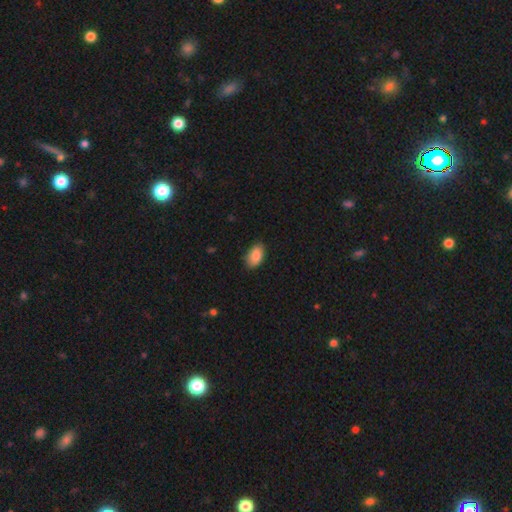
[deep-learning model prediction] smooth 89%, star or artifact 7%, featured or disk 5%. Down the decision tree: how rounded — in between (93%); merging — none (83%).